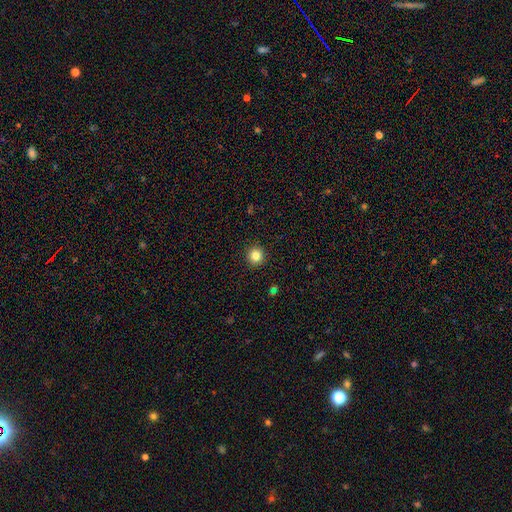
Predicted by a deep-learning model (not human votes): Morphology: type=smooth (83%); roundness=round (95%); merging=none (93%).